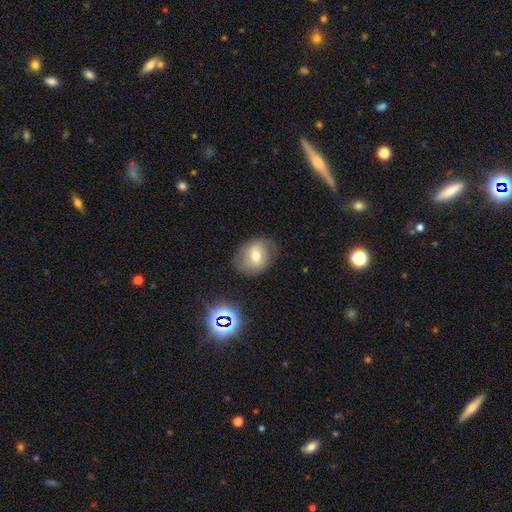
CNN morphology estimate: Overall: smooth (57%; featured or disk 30%). How rounded: round (57%; in between 42%). Merging: none (70%).